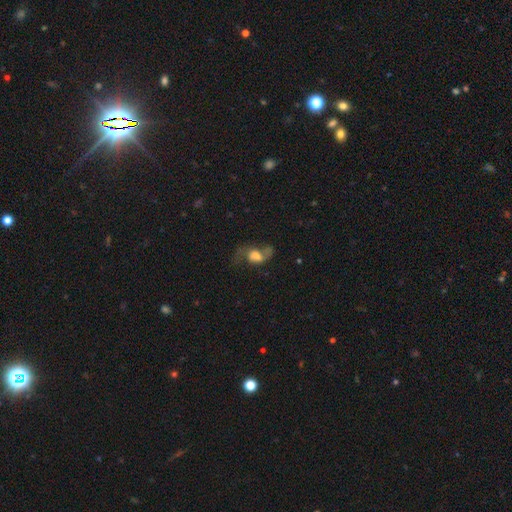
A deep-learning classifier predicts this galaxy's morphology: Overall: featured or disk (49%; smooth 39%). Merging: major disturbance (40%; none 32%).